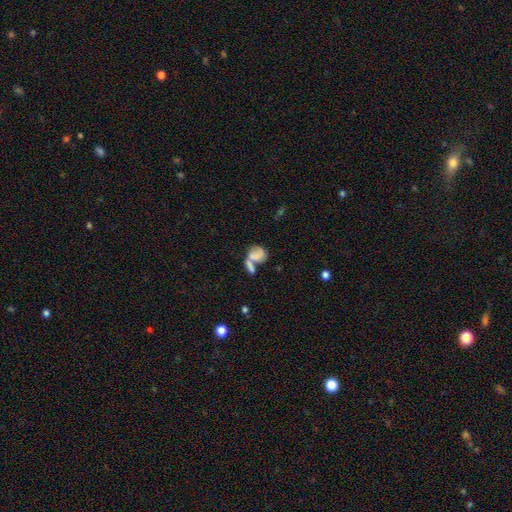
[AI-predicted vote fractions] This is possibly a smooth galaxy (51%). How rounded: likely in between (60%). Merging: possibly merger (53%).